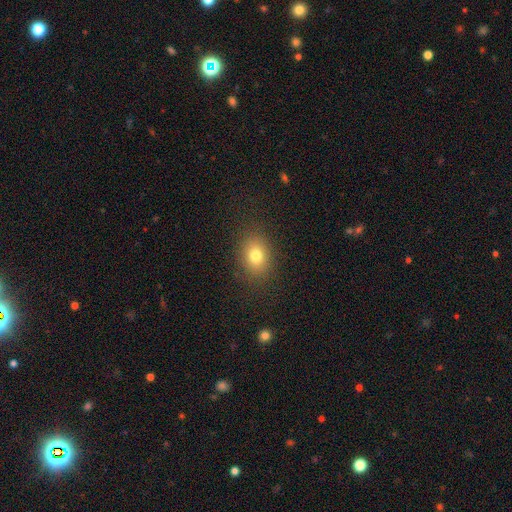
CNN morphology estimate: The model was most divided on "how rounded": in between: 56%, round: 43%, cigar-shaped: 1%. More confident: merging — none (86%); smooth or featured — smooth (77%).